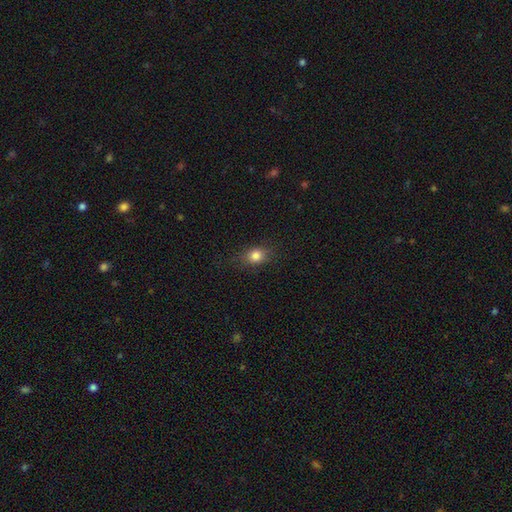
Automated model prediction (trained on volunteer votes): Overall: smooth (81%). How rounded: in between (50%; round 47%). Merging: none (80%).